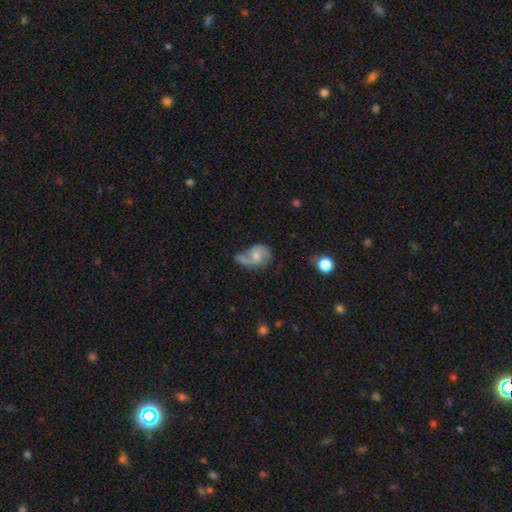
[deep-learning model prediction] smooth_or_featured: featured or disk (p=0.75) [alt: smooth p=0.18]
disk_edge_on: no (p=0.98) [alt: yes p=0.02]
bar: no (p=0.54) [alt: weak p=0.40]
has_spiral_arms: yes (p=0.92) [alt: no p=0.08]
spiral_winding: loose (p=0.43) [tied with: medium p=0.43]
spiral_arm_count: 2 (p=0.83) [alt: 1 p=0.07]
bulge_size: moderate (p=0.42) [alt: small p=0.37]
merging: none (p=0.43) [alt: minor disturbance p=0.27]